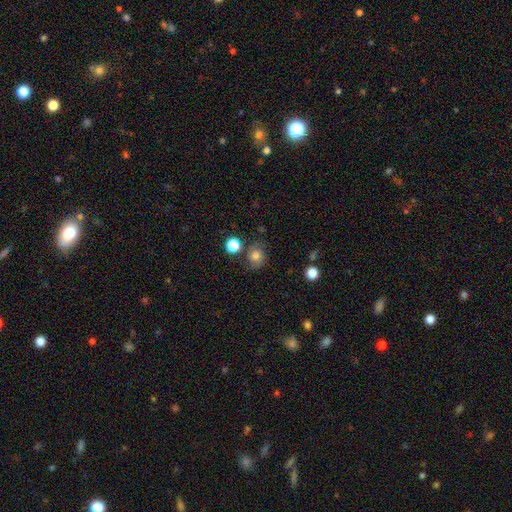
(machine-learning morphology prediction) Smooth or featured?
  - smooth: 72% *
  - featured or disk: 14%
  - star or artifact: 14%
How rounded?
  - round: 73% *
  - in between: 26%
  - cigar-shaped: 1%
Merging?
  - none: 69% *
  - minor disturbance: 18%
  - major disturbance: 7%
  - merger: 6%